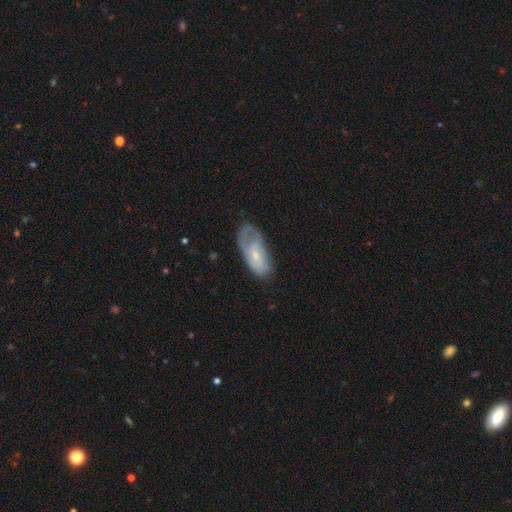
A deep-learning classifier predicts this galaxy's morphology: Smooth or featured? featured or disk (53%)
Edge-on disk? no (91%)
Merging? none (42%)